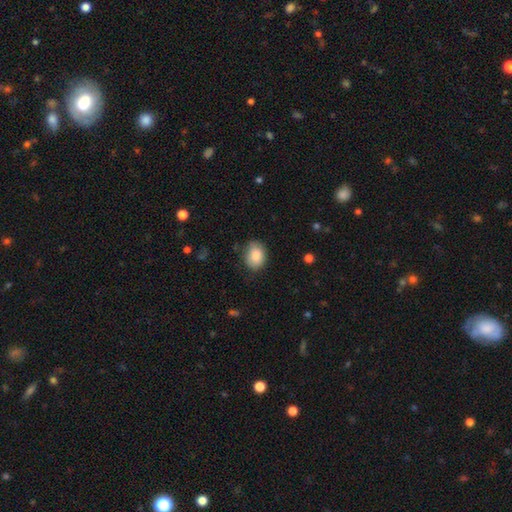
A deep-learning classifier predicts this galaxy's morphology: Q: Smooth or featured?
A: smooth (85%); runner-up: star or artifact (8%)
Q: How rounded?
A: in between (64%); runner-up: round (35%)
Q: Merging?
A: none (77%); runner-up: minor disturbance (18%)